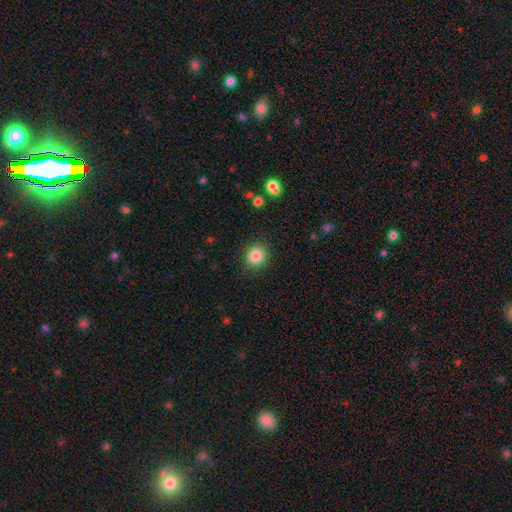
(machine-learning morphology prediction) type=smooth (85%); roundness=round (70%); merging=none (87%).